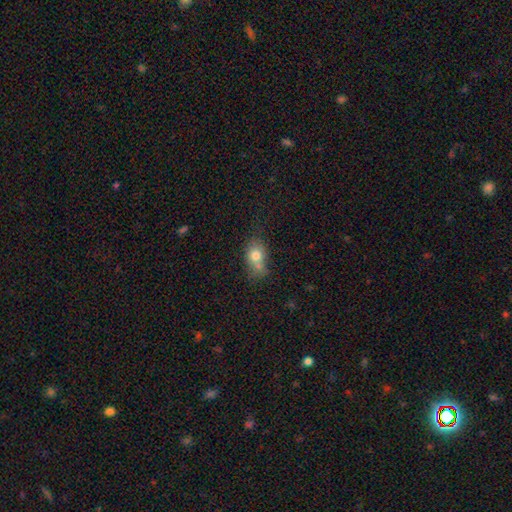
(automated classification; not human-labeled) A smooth galaxy with no disk features (75%) that is in between round and cigar-shaped (60%). Merging: none (41%).